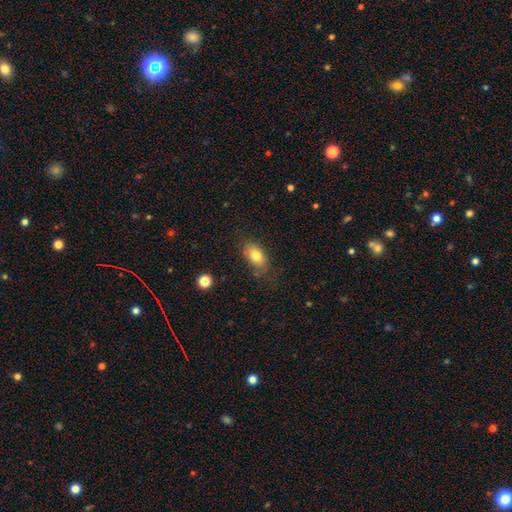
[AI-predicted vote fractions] A smooth galaxy with no disk features (77%) that is in between round and cigar-shaped (87%). Merging: none (69%).